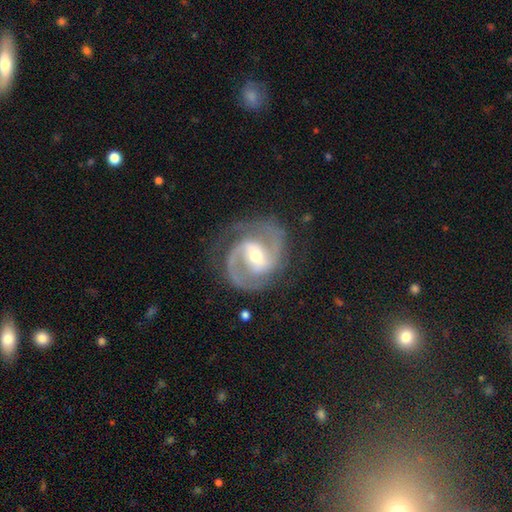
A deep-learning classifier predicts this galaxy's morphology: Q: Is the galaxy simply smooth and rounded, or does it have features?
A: featured or disk — 92%.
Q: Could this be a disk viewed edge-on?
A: no — 98%.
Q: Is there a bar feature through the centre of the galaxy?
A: weak — 50%.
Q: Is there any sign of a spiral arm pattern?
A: yes — 98%.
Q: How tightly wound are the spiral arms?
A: medium — 60%.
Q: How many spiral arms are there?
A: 2 — 91%.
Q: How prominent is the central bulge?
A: moderate — 62%.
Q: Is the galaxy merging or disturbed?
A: none — 78%.